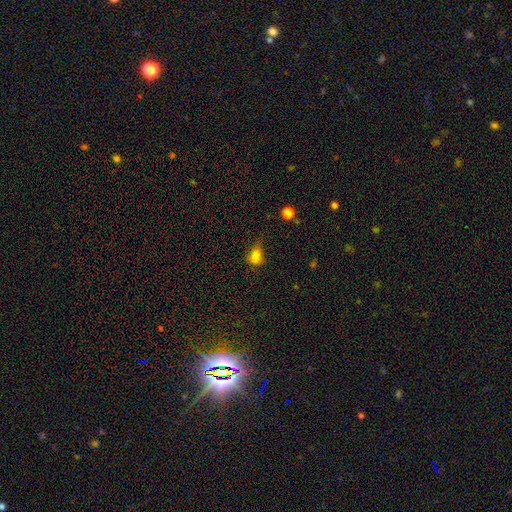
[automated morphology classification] Smooth or featured? smooth (76%)
How rounded? in between (72%)
Merging? none (38%)